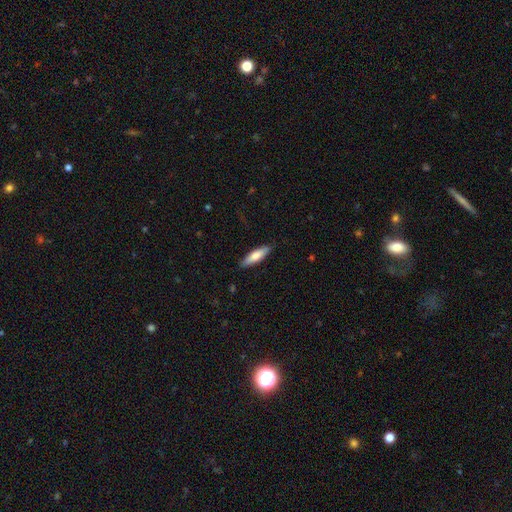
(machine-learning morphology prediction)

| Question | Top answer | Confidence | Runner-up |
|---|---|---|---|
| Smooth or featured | smooth | 75% | featured or disk (20%) |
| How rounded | cigar-shaped | 63% | in between (35%) |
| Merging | none | 88% | minor disturbance (9%) |